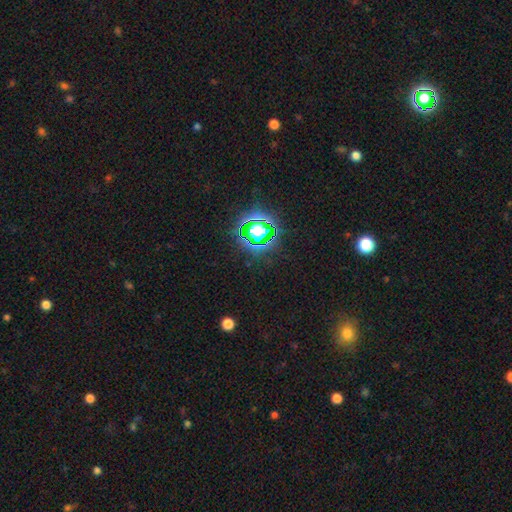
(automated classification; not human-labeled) smooth-or-featured: star or artifact: 79% | smooth: 14% | featured or disk: 7%